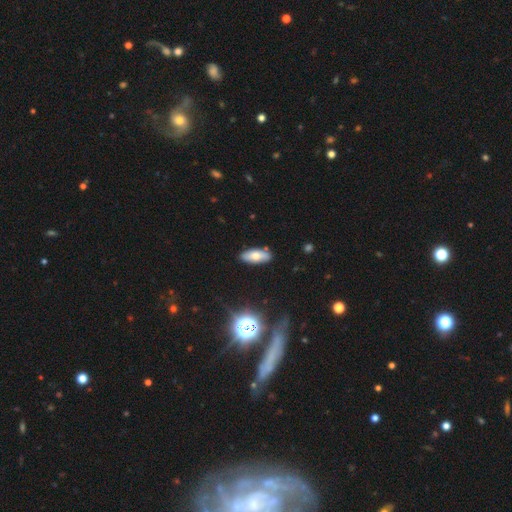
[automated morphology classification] Q: Smooth or featured?
A: smooth (66%); runner-up: featured or disk (24%)
Q: How rounded?
A: in between (79%); runner-up: cigar-shaped (18%)
Q: Merging?
A: none (85%); runner-up: minor disturbance (11%)